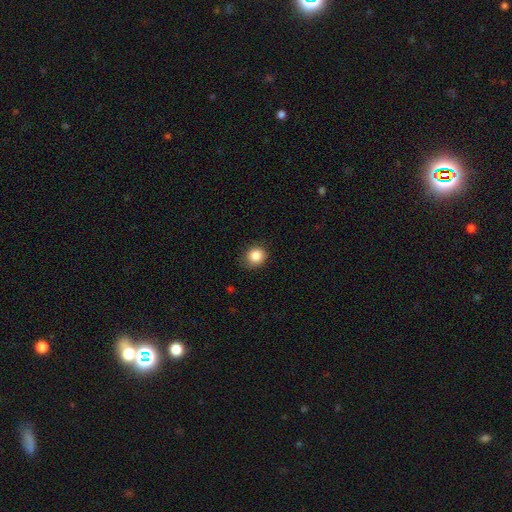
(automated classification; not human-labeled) Smooth or featured?
  - smooth: 86% *
  - star or artifact: 9%
  - featured or disk: 4%
How rounded?
  - round: 80% *
  - in between: 19%
  - cigar-shaped: 1%
Merging?
  - none: 79% *
  - minor disturbance: 17%
  - major disturbance: 3%
  - merger: 1%